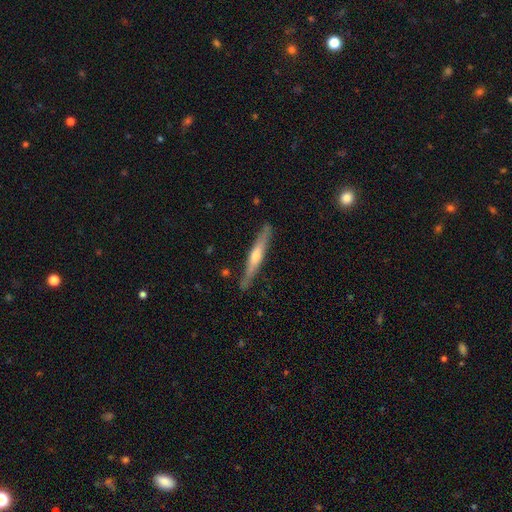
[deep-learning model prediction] This appears to be a featured or disk galaxy (59%) viewed edge-on (95%) with a rounded central bulge (75%). Merging: none (86%).